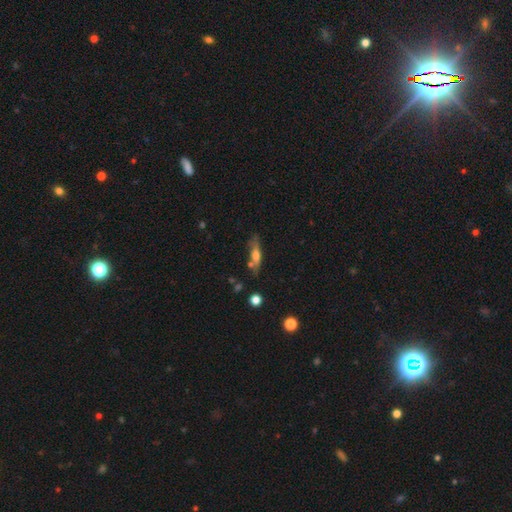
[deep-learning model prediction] Smooth or featured? smooth (51%)
How rounded? cigar-shaped (66%)
Merging? none (67%)